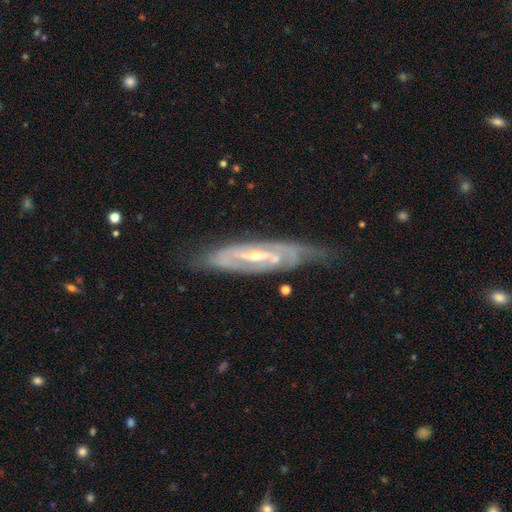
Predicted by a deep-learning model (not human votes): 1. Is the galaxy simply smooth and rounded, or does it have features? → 87% featured or disk, 7% smooth, 6% star or artifact.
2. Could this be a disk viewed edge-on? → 79% no, 21% yes.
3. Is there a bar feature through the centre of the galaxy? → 48% strong, 34% weak, 19% no.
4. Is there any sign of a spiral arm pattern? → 91% yes, 9% no.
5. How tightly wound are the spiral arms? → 49% tight, 37% medium, 13% loose.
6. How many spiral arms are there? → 71% 2, 18% can't tell, 4% 3, 3% 1, 2% 4, 2% more than 4.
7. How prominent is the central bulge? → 64% small, 32% moderate, 1% none, 1% large, 1% dominant.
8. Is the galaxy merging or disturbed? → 67% none, 22% minor disturbance, 8% major disturbance, 3% merger.